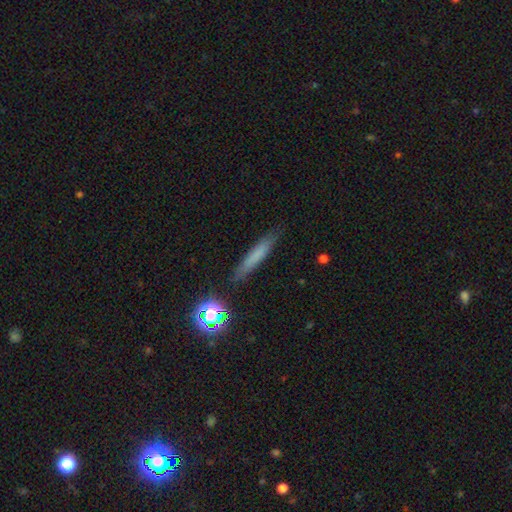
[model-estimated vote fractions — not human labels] A smooth galaxy with no disk features (68%) that is cigar-shaped (91%). Merging: none (85%).